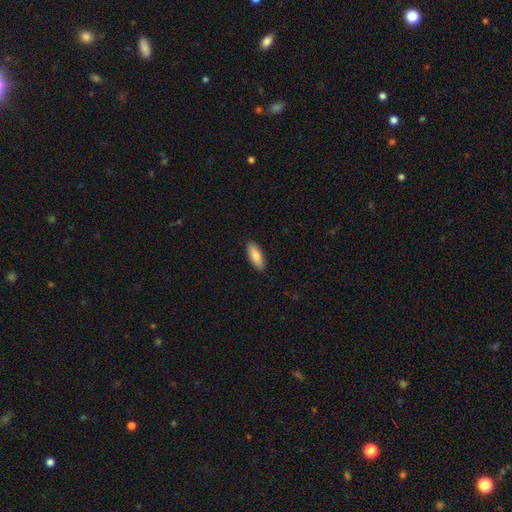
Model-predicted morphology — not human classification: smooth_or_featured: smooth (p=0.85) [alt: featured or disk p=0.10]
how_rounded: in between (p=0.69) [alt: cigar-shaped p=0.29]
merging: none (p=0.90) [alt: minor disturbance p=0.08]